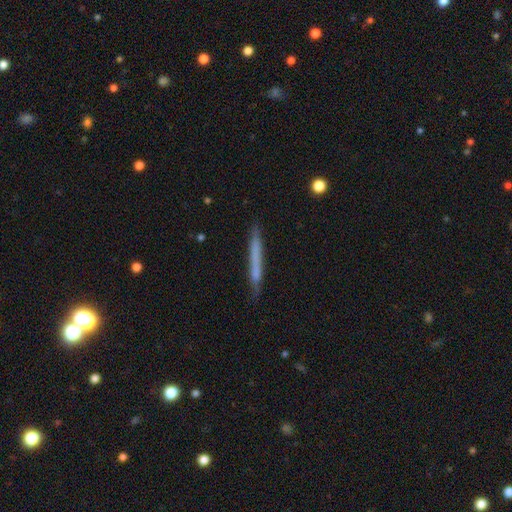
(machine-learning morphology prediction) Smooth or featured: smooth — 59% (featured or disk — 35%)
How rounded: cigar-shaped — 97% (in between — 2%)
Merging: none — 82% (minor disturbance — 14%)